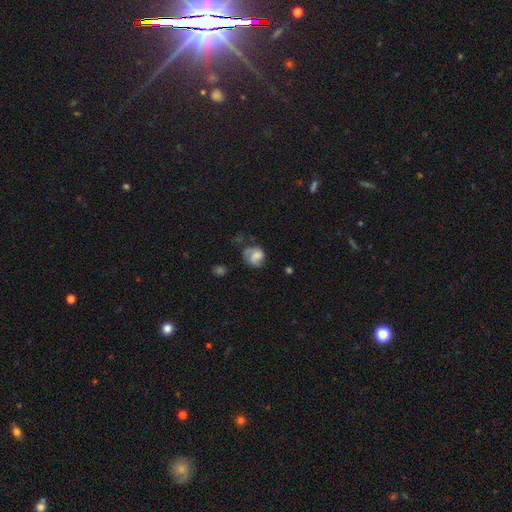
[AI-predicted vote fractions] A smooth galaxy with no disk features (52%) that is round (59%).

Vote fractions:
- Smooth or featured? smooth: 52% / featured or disk: 38% / star or artifact: 9%
- How rounded? round: 59% / in between: 40% / cigar-shaped: 1%
- Merging? none: 41% / minor disturbance: 29% / major disturbance: 25% / merger: 5%